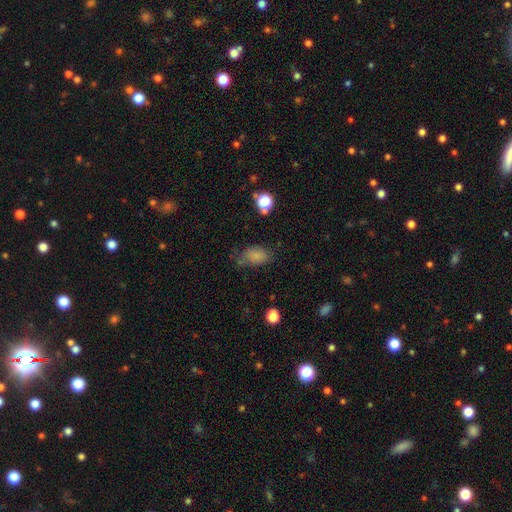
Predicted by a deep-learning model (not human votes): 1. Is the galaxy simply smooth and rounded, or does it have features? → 79% smooth, 13% star or artifact, 9% featured or disk.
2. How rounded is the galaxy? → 84% in between, 14% round, 2% cigar-shaped.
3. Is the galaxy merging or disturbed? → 56% none, 28% minor disturbance, 12% major disturbance, 4% merger.